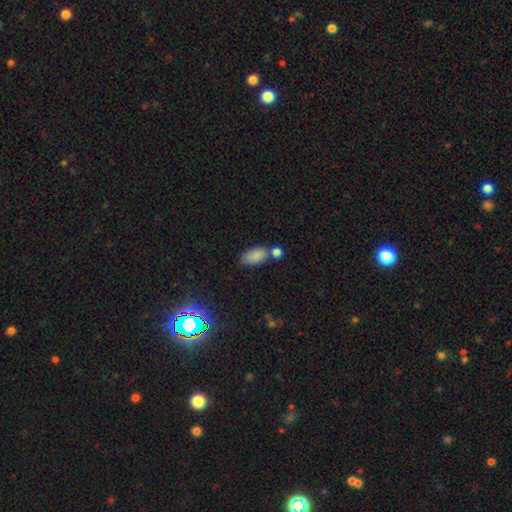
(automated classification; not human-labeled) smooth_or_featured: smooth (p=0.84) [alt: star or artifact p=0.09]
how_rounded: in between (p=0.91) [alt: cigar-shaped p=0.05]
merging: none (p=0.54) [alt: merger p=0.24]